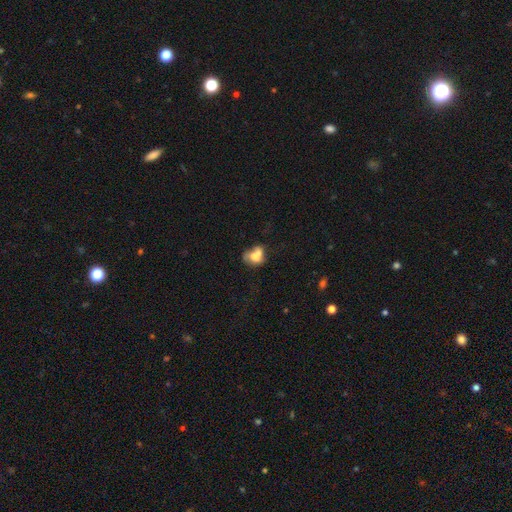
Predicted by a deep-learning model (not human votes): A smooth galaxy with no disk features (59%) that is in between round and cigar-shaped (55%). Merging: merger (52%).